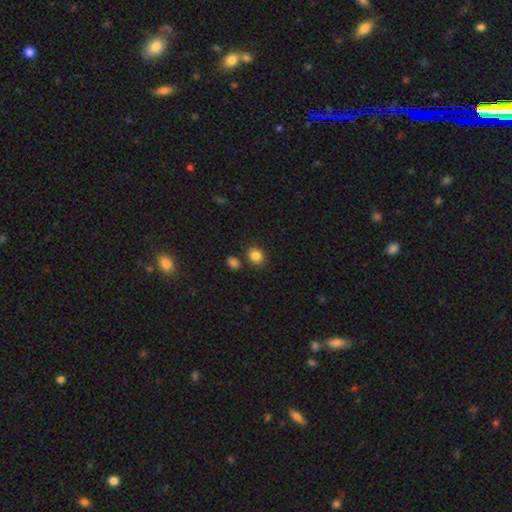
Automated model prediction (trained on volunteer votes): Morphology: type=smooth (85%); roundness=round (76%); merging=none (80%).